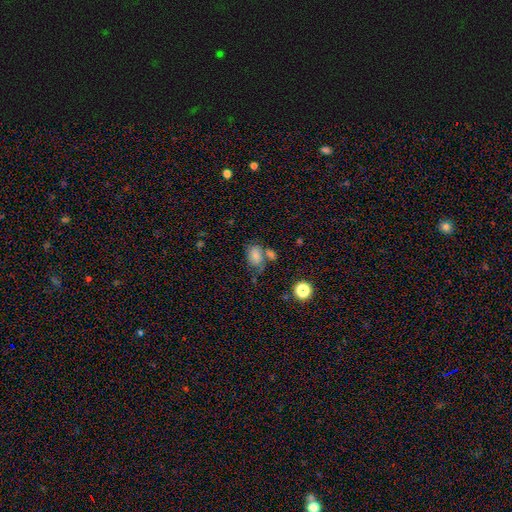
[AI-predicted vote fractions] The model was most divided on "merging": none: 34%, merger: 31%, minor disturbance: 20%, major disturbance: 16%. More confident: how rounded — in between (81%); smooth or featured — smooth (68%).